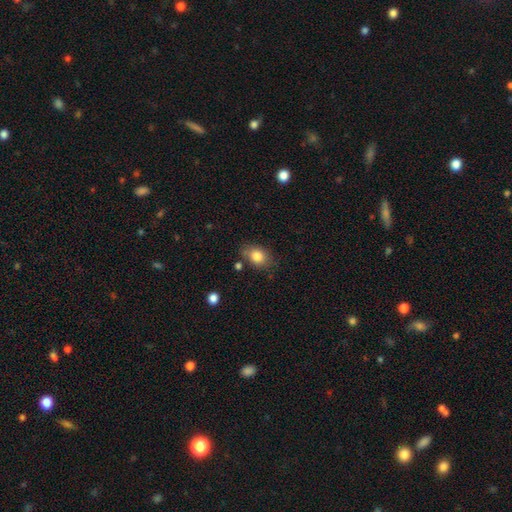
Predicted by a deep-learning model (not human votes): Q: Smooth or featured?
A: smooth (82%); runner-up: featured or disk (10%)
Q: How rounded?
A: in between (74%); runner-up: round (25%)
Q: Merging?
A: none (73%); runner-up: minor disturbance (18%)